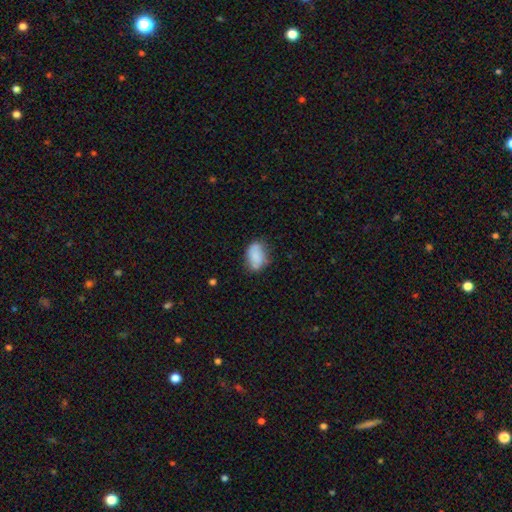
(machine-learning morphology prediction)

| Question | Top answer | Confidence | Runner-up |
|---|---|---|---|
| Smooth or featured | smooth | 79% | featured or disk (13%) |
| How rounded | in between | 85% | round (13%) |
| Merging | none | 59% | minor disturbance (28%) |